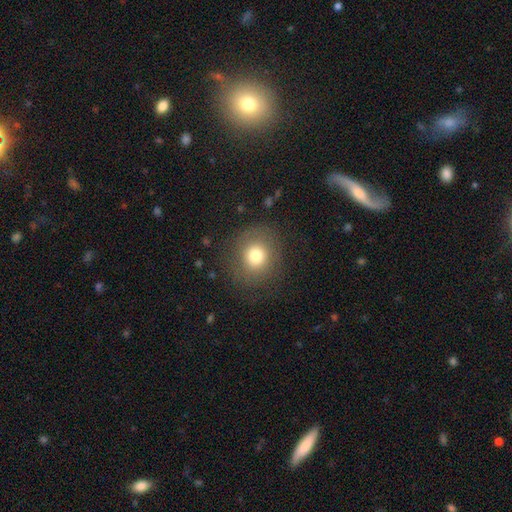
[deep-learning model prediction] smooth_or_featured: smooth (p=0.75) [alt: featured or disk p=0.13]
how_rounded: round (p=0.83) [alt: in between p=0.16]
merging: none (p=0.81) [alt: minor disturbance p=0.11]